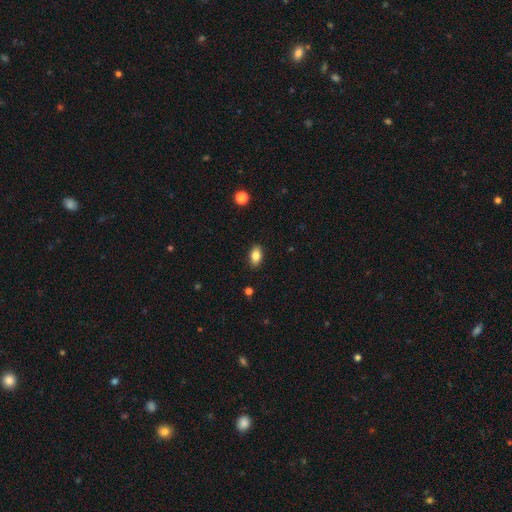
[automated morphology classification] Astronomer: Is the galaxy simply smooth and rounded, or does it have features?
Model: smooth — 84%.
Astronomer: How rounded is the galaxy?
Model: in between — 89%.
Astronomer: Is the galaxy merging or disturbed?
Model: none — 88%.